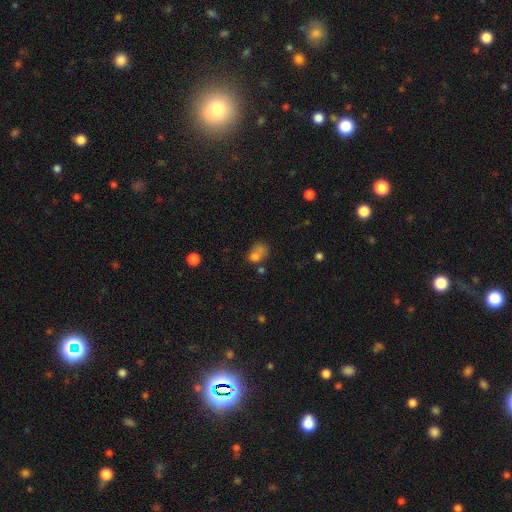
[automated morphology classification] smooth-or-featured: smooth: 71% | featured or disk: 15% | star or artifact: 14%
  how-rounded: in between: 54% | round: 45% | cigar-shaped: 2%
  merging: merger: 36% | none: 30% | minor disturbance: 18% | major disturbance: 16%